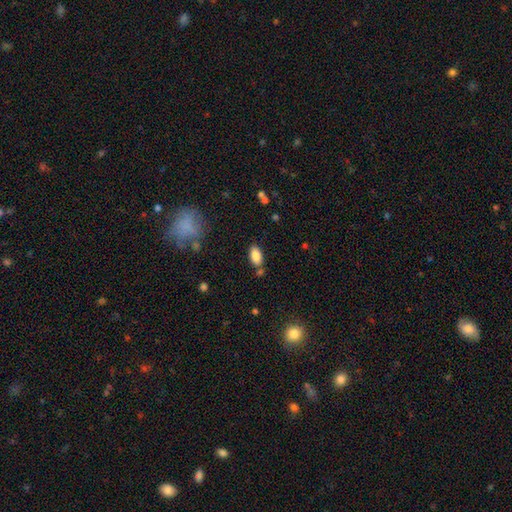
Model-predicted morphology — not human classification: Smooth or featured? Predicted: smooth (p=0.85). How rounded? Predicted: in between (p=0.92). Merging? Predicted: none (p=0.77).